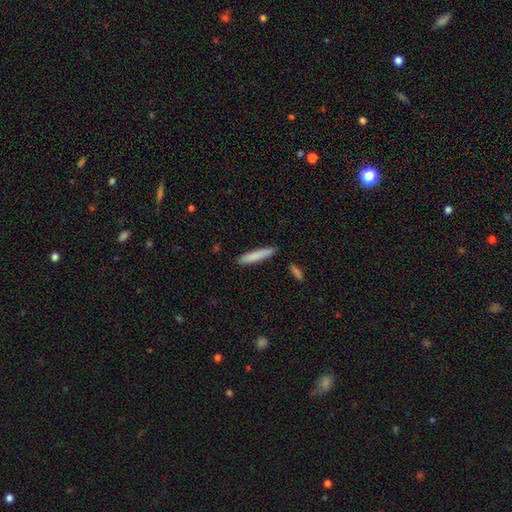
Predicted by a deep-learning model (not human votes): Q: Smooth or featured?
A: smooth (82%); runner-up: featured or disk (12%)
Q: How rounded?
A: cigar-shaped (89%); runner-up: in between (9%)
Q: Merging?
A: none (85%); runner-up: minor disturbance (10%)